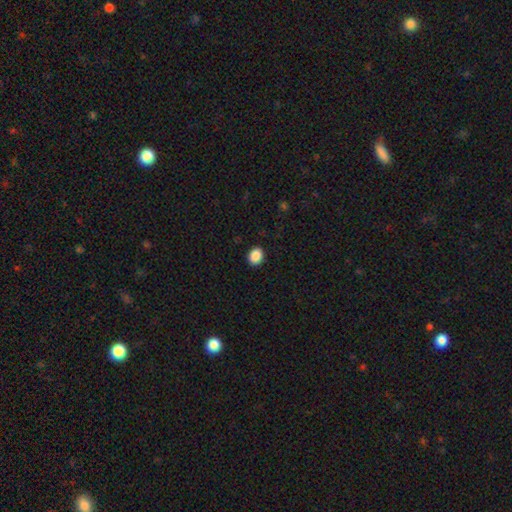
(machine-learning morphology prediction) A smooth galaxy with no disk features (89%) that is round (51%). Merging: none (91%).